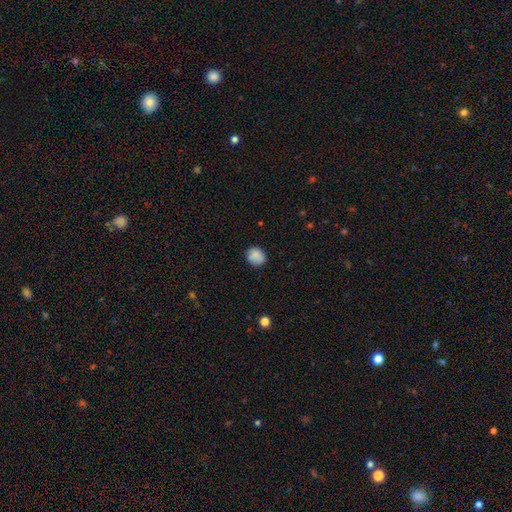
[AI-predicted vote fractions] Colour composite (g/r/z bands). It shows a smooth galaxy with no disk features (81%) that is round (68%). Merging: none (74%).